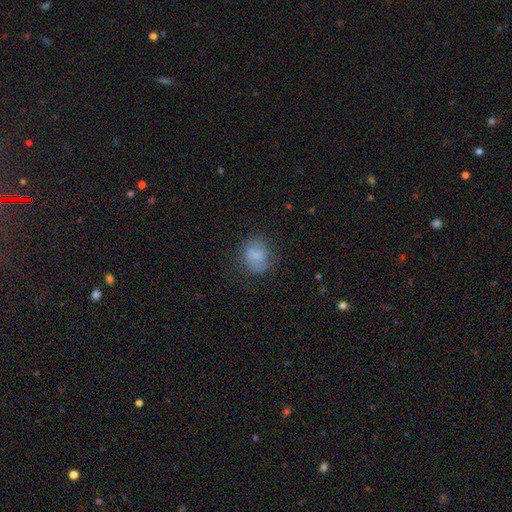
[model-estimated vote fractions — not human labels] Overall: smooth (74%). How rounded: round (54%; in between 45%). Merging: none (66%).